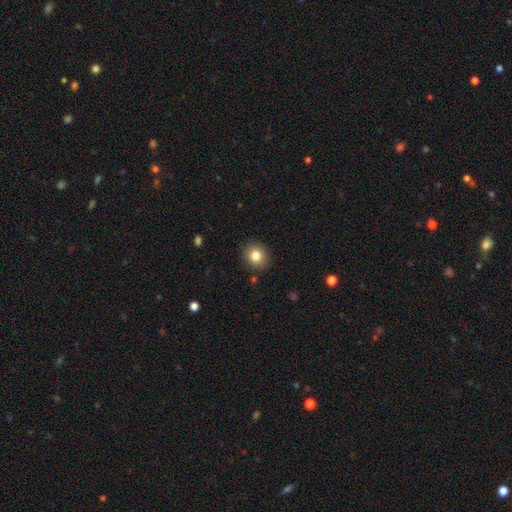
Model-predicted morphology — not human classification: Overall: smooth (82%). How rounded: round (76%). Merging: none (89%).